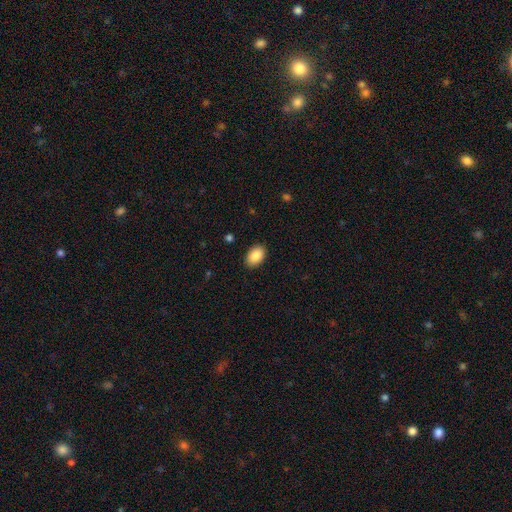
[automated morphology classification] The model was most divided on "how rounded": in between: 88%, round: 11%, cigar-shaped: 1%. More confident: merging — none (89%); smooth or featured — smooth (88%).